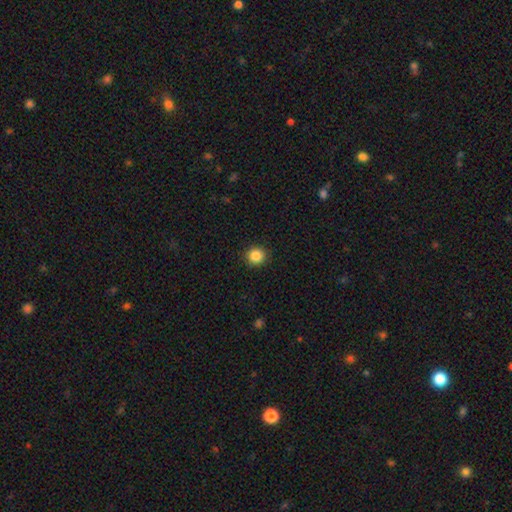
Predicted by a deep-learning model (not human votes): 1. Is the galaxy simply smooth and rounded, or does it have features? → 86% smooth, 10% star or artifact, 4% featured or disk.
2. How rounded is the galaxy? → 92% round, 7% in between, 1% cigar-shaped.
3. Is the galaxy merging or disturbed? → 92% none, 5% minor disturbance, 2% major disturbance, 1% merger.